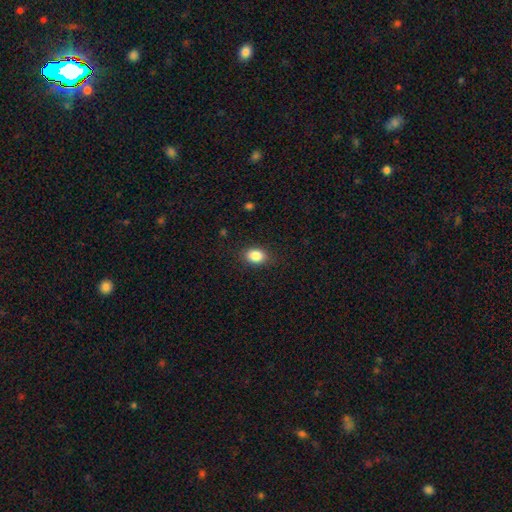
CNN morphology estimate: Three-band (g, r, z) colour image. It shows a smooth galaxy with no disk features (86%) that is in between round and cigar-shaped (71%). Merging: none (86%).